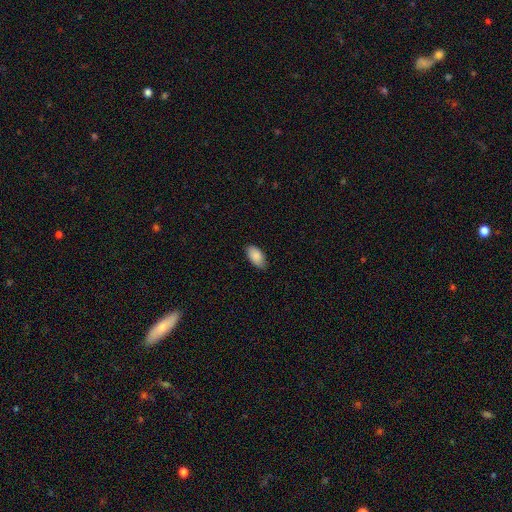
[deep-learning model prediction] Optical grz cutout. It shows a smooth galaxy with no disk features (88%) that is in between round and cigar-shaped (95%). Merging: none (82%).